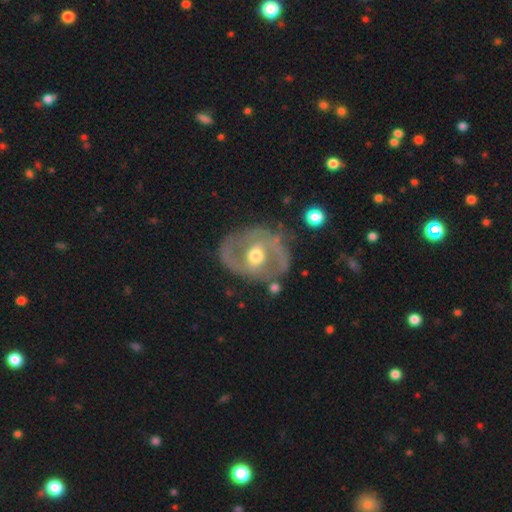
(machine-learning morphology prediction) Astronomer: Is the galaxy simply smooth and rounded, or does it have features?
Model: featured or disk — 81%.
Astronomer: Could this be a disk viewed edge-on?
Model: no — 97%.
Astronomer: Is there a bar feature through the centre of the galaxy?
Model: no — 41% (runner-up: weak, 39%).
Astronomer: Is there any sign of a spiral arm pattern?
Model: yes — 77%.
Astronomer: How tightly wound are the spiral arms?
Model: medium — 49% (runner-up: tight, 27%).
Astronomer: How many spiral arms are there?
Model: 2 — 83%.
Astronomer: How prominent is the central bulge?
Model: moderate — 75%.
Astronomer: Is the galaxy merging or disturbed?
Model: none — 70%.